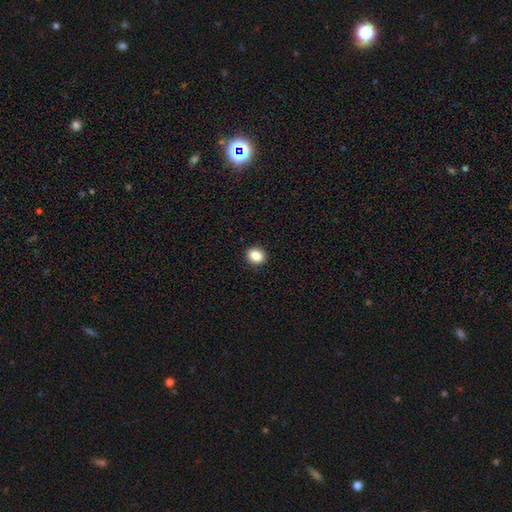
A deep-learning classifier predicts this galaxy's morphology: The model was most divided on "how rounded": round: 62%, in between: 37%, cigar-shaped: 1%. More confident: merging — none (92%); smooth or featured — smooth (87%).